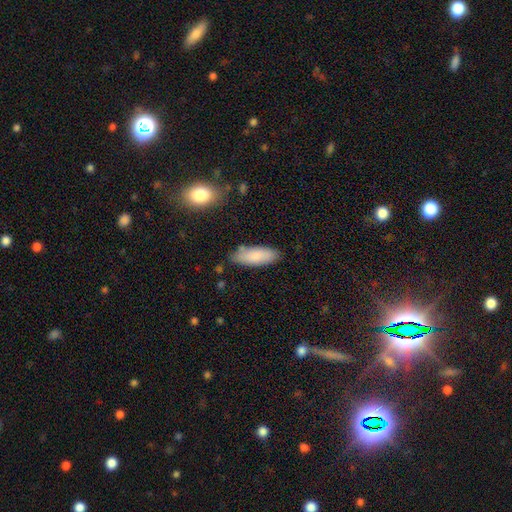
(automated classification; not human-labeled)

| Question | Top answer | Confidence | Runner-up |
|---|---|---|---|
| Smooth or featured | smooth | 85% | featured or disk (9%) |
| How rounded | in between | 71% | cigar-shaped (27%) |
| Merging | none | 79% | minor disturbance (15%) |